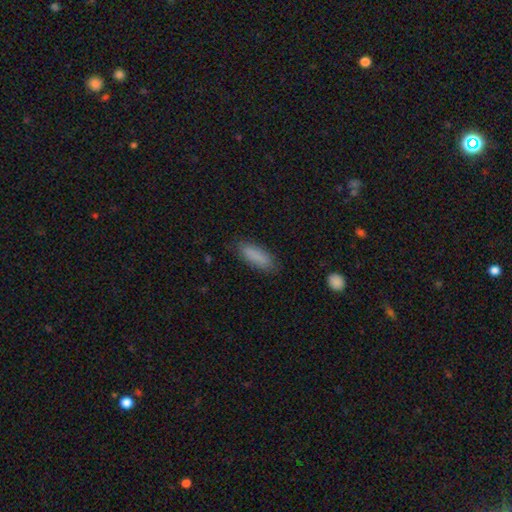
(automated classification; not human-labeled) Smooth or featured? smooth (86%)
How rounded? in between (60%)
Merging? none (80%)